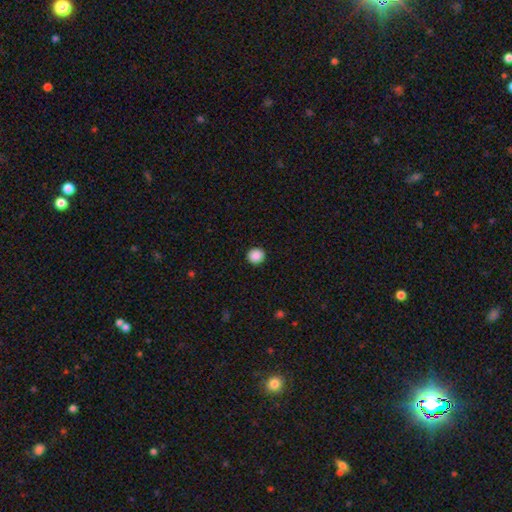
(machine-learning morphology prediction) A smooth galaxy with no disk features (89%) that is round (93%). Merging: none (93%).